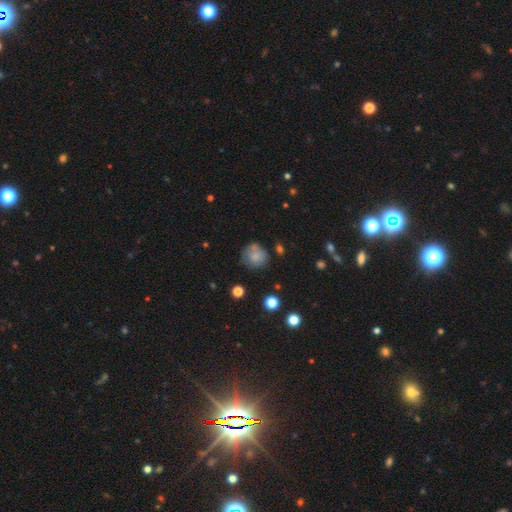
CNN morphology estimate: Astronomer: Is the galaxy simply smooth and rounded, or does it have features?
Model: smooth — 77%.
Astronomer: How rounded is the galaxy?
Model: round — 89%.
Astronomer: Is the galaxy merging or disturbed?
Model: none — 65%.